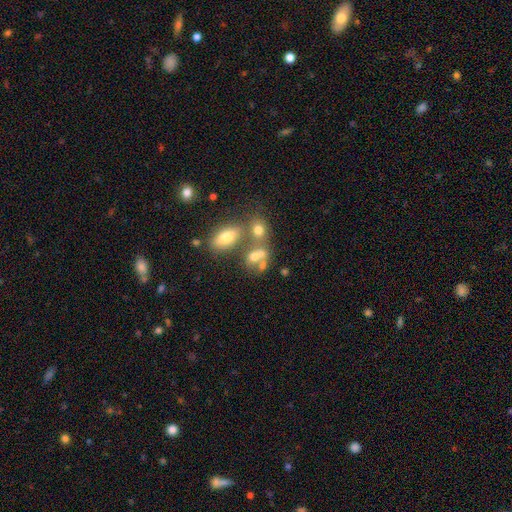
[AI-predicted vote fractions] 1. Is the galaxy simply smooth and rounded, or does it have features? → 62% smooth, 23% featured or disk, 15% star or artifact.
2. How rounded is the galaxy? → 56% in between, 41% round, 3% cigar-shaped.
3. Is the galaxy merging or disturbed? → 48% merger, 34% none, 11% minor disturbance, 8% major disturbance.